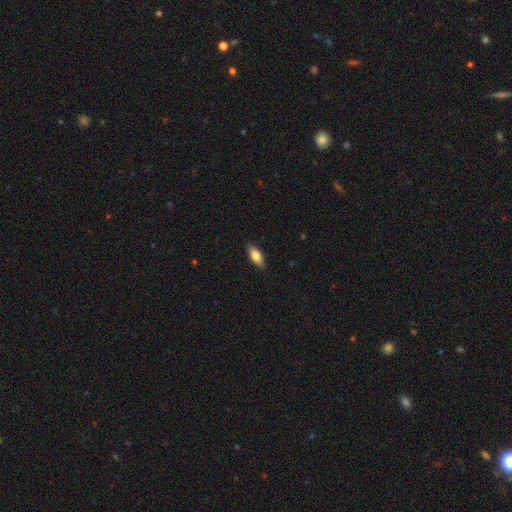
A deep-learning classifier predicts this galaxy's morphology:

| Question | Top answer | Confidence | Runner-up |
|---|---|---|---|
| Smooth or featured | smooth | 80% | featured or disk (14%) |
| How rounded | in between | 84% | cigar-shaped (13%) |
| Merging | none | 87% | minor disturbance (11%) |